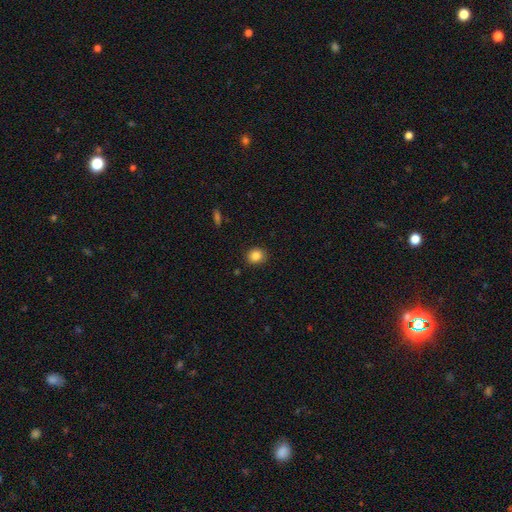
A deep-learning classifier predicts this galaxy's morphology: Smooth or featured? Predicted: smooth (p=0.85). How rounded? Predicted: round (p=0.73). Merging? Predicted: none (p=0.89).